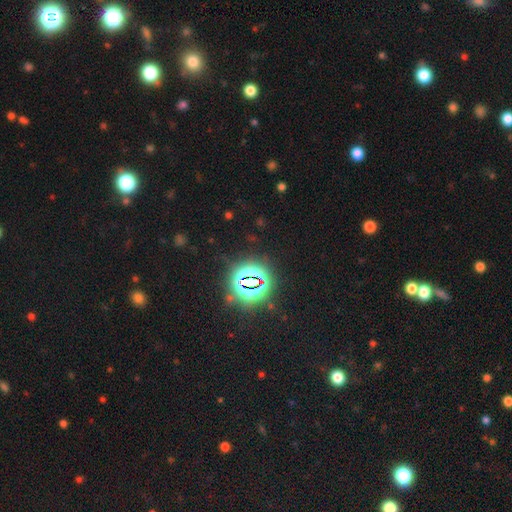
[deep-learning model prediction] smooth-or-featured: star or artifact: 79% | smooth: 14% | featured or disk: 7%